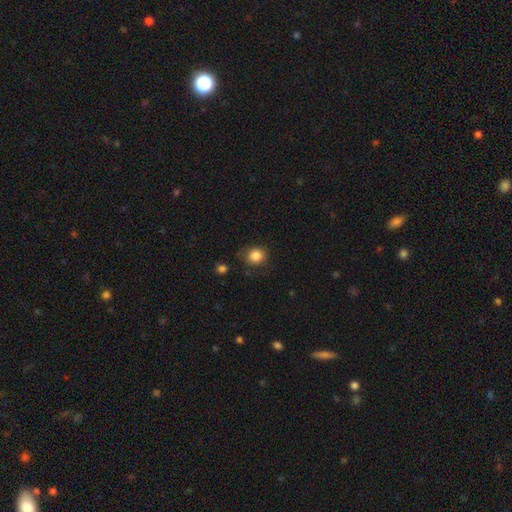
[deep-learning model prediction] Overall: smooth (85%). How rounded: round (80%). Merging: none (78%).